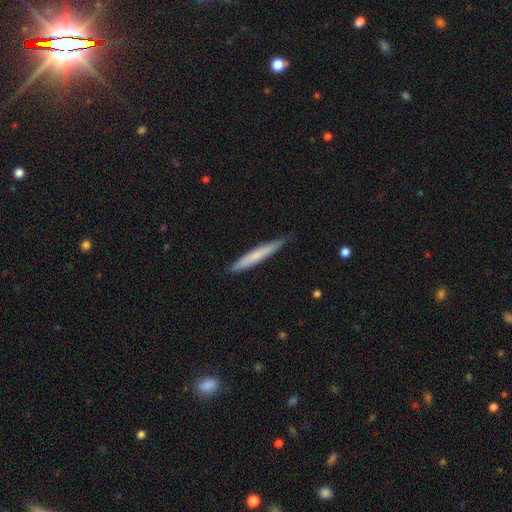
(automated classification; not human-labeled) This appears to be a smooth galaxy with no disk features (65%) that is cigar-shaped (96%). Merging: none (86%).